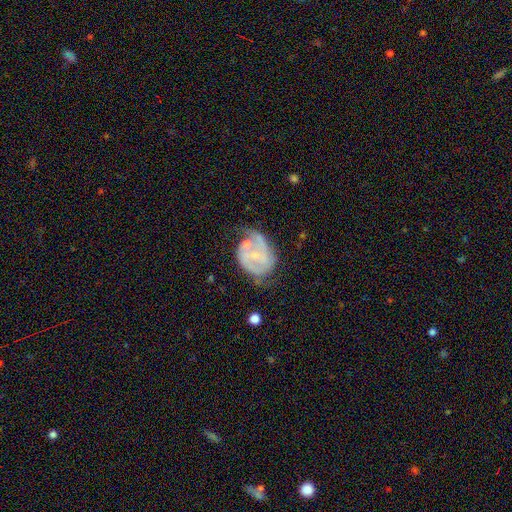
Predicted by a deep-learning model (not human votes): Smooth or featured: featured or disk — 78% (smooth — 16%)
Edge-on disk: no — 98% (yes — 2%)
Bar: no — 52% (weak — 39%)
Spiral arms: yes — 87% (no — 13%)
Spiral winding: medium — 46% (tight — 30%)
Spiral arm count: 2 — 66% (can't tell — 14%)
Bulge size: small — 63% (moderate — 23%)
Merging: none — 41% (minor disturbance — 25%)